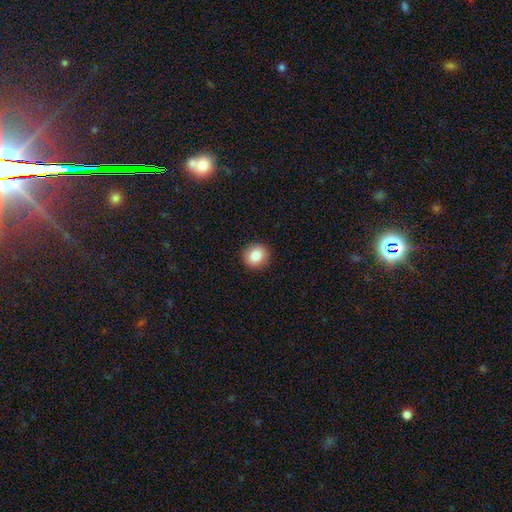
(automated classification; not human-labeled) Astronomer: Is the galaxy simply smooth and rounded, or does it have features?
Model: smooth — 84%.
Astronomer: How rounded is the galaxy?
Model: round — 87%.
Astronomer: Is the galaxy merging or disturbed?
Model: none — 91%.